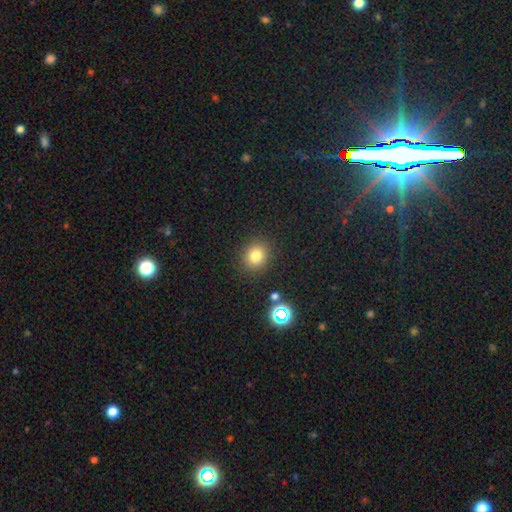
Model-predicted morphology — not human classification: Smooth or featured: smooth — 78% (star or artifact — 15%)
How rounded: round — 76% (in between — 23%)
Merging: none — 87% (minor disturbance — 8%)